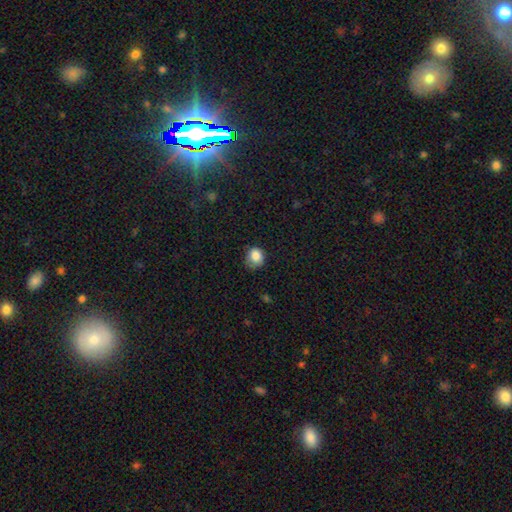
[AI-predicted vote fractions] A smooth galaxy with no disk features (84%) that is round (78%).

Vote fractions:
- Smooth or featured? smooth: 84% / star or artifact: 10% / featured or disk: 6%
- How rounded? round: 78% / in between: 21% / cigar-shaped: 1%
- Merging? none: 58% / minor disturbance: 32% / major disturbance: 8% / merger: 2%